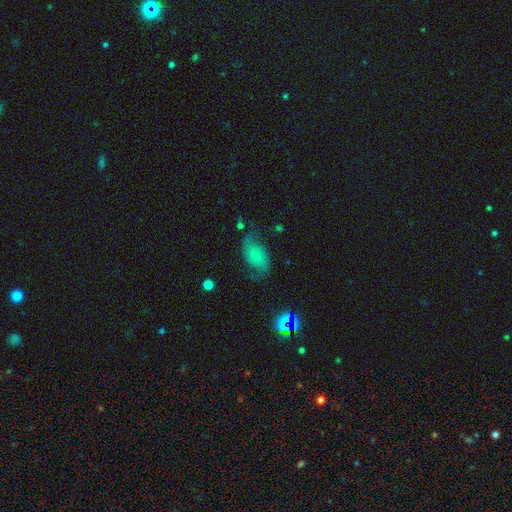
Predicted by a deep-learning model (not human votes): Smooth or featured: featured or disk — 69% (smooth — 22%)
Edge-on disk: no — 96% (yes — 4%)
Bar: no — 54% (weak — 38%)
Spiral arms: yes — 92% (no — 8%)
Spiral winding: loose — 48% (medium — 39%)
Spiral arm count: 2 — 89% (can't tell — 5%)
Bulge size: small — 51% (moderate — 37%)
Merging: none — 65% (minor disturbance — 21%)